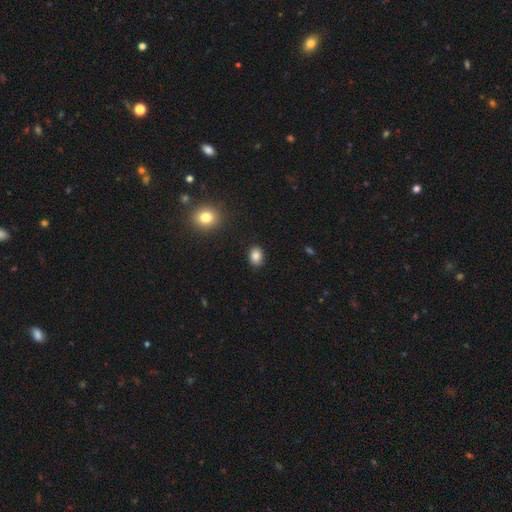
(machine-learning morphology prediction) Smooth or featured? smooth (85%)
How rounded? in between (64%)
Merging? none (89%)